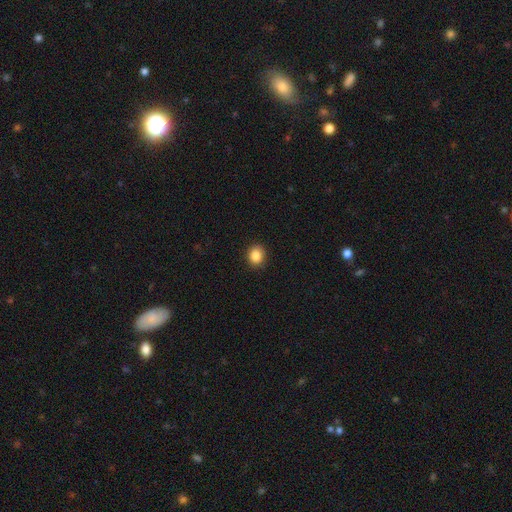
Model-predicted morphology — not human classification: smooth_or_featured: smooth (p=0.86) [alt: star or artifact p=0.10]
how_rounded: round (p=0.74) [alt: in between p=0.25]
merging: none (p=0.91) [alt: minor disturbance p=0.06]